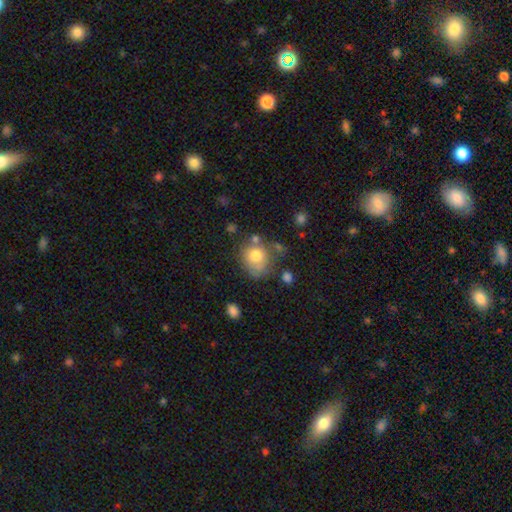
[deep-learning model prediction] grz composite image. It shows a smooth galaxy with no disk features (75%) that is round (65%). Merging: none (49%).